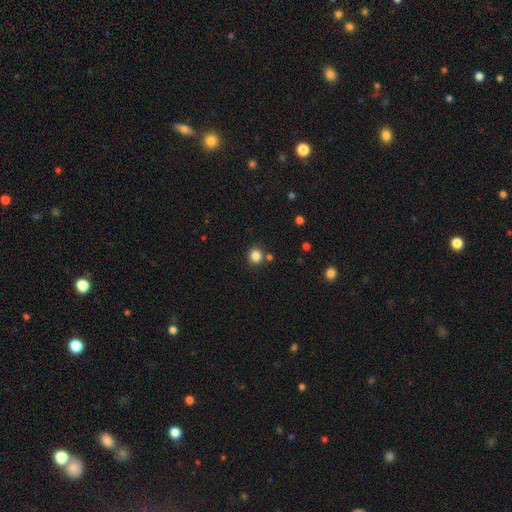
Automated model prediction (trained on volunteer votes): This appears to be a smooth galaxy with no disk features (84%) that is round (84%). Merging: none (82%).